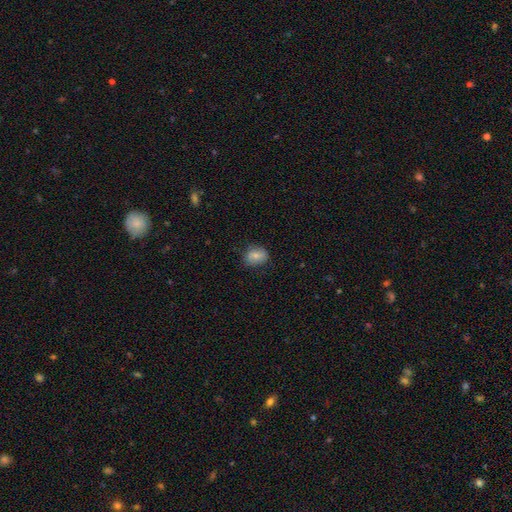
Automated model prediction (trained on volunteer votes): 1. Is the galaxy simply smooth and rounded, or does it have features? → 78% smooth, 13% featured or disk, 9% star or artifact.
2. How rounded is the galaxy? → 59% in between, 40% round, 1% cigar-shaped.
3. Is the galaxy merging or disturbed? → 80% none, 16% minor disturbance, 4% major disturbance, 1% merger.